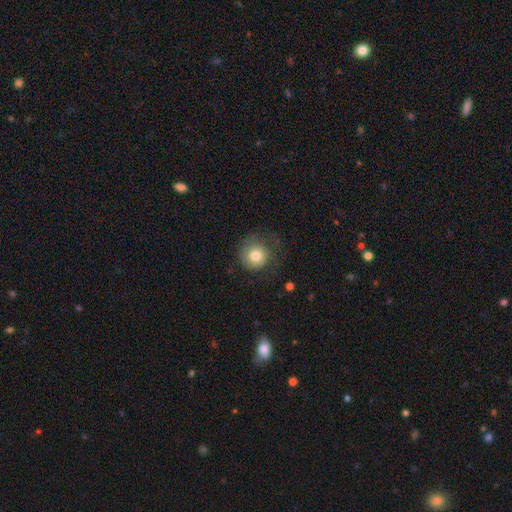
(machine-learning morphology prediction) smooth 77%, featured or disk 15%, star or artifact 8%. Down the decision tree: how rounded — round (92%); merging — none (59%).